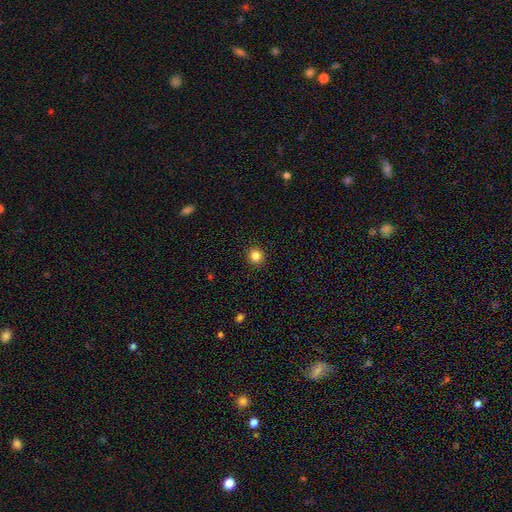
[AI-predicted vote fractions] smooth 84%, star or artifact 12%, featured or disk 4%. Down the decision tree: how rounded — round (92%); merging — none (92%).